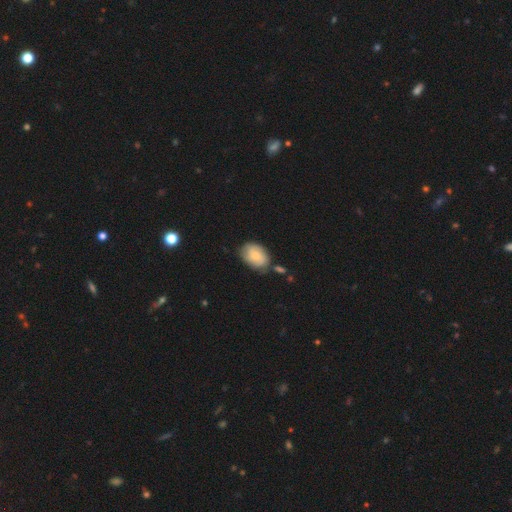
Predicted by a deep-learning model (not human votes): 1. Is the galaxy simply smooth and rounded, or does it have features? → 61% smooth, 32% featured or disk, 7% star or artifact.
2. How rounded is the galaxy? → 77% in between, 21% round, 1% cigar-shaped.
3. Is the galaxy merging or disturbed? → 65% none, 22% minor disturbance, 8% merger, 5% major disturbance.